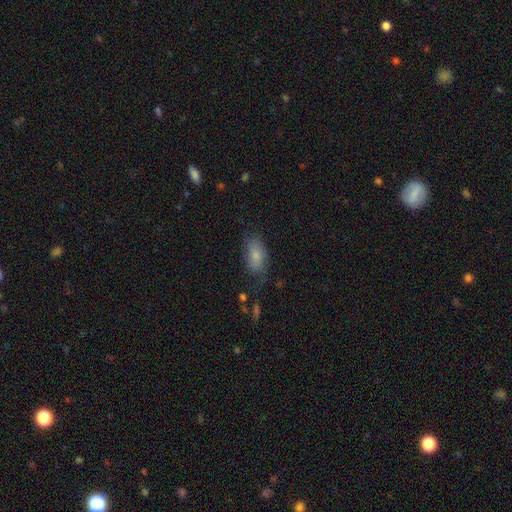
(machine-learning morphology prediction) Smooth or featured? smooth (75%)
How rounded? in between (91%)
Merging? none (61%)